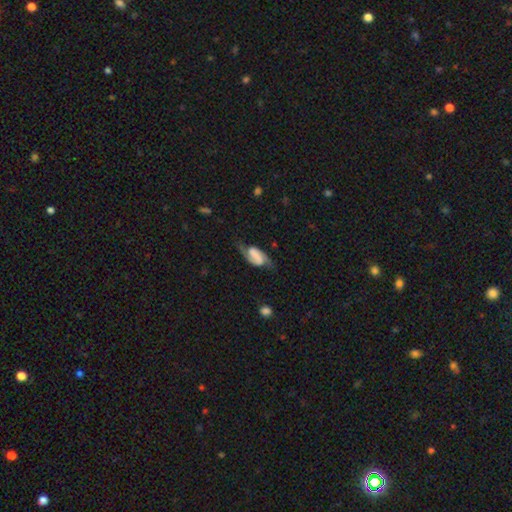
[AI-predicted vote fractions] Smooth or featured?
  - featured or disk: 72% *
  - smooth: 20%
  - star or artifact: 8%
Edge-on disk?
  - no: 96% *
  - yes: 4%
Bar?
  - strong: 38% *
  - weak: 35%
  - no: 27%
Spiral arms?
  - yes: 92% *
  - no: 8%
Spiral winding?
  - loose: 44% *
  - medium: 39%
  - tight: 16%
Spiral arm count?
  - 2: 88% *
  - 1: 5%
  - can't tell: 4%
  - 3: 1%
  - 4: 1%
  - more than 4: 1%
Bulge size?
  - none: 55% *
  - small: 19%
  - large: 11%
  - moderate: 10%
  - dominant: 5%
Merging?
  - none: 58% *
  - minor disturbance: 24%
  - major disturbance: 16%
  - merger: 3%